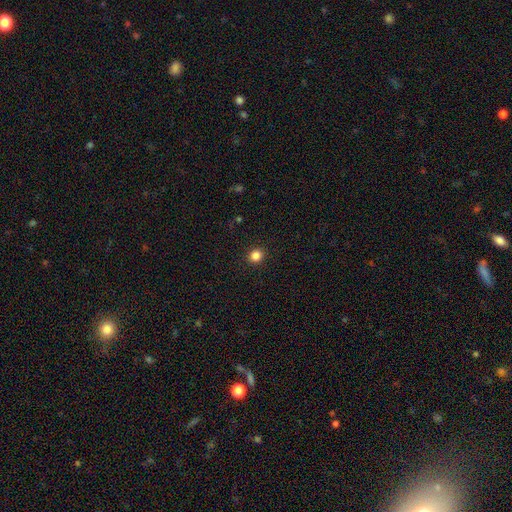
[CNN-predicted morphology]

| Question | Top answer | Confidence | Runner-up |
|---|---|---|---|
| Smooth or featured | smooth | 84% | star or artifact (12%) |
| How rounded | round | 81% | in between (18%) |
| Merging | none | 92% | minor disturbance (6%) |